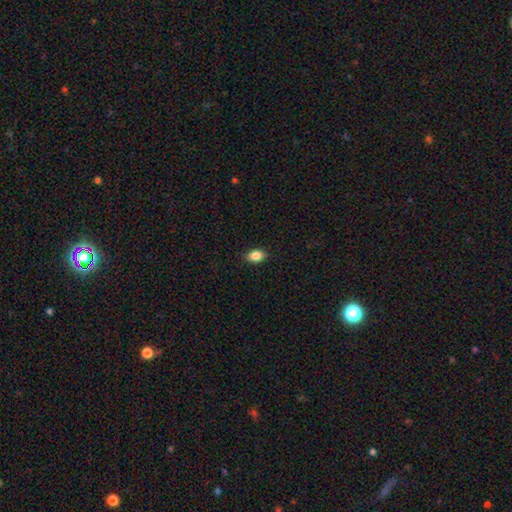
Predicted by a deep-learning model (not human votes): Overall: smooth (86%). How rounded: in between (78%). Merging: none (88%).